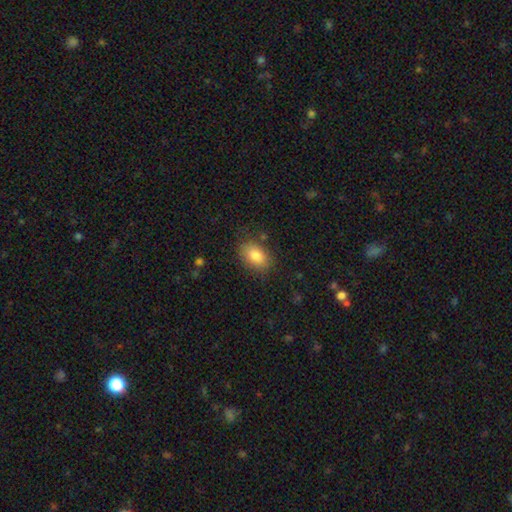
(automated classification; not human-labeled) Smooth or featured: smooth — 83% (featured or disk — 9%)
How rounded: in between — 86% (round — 13%)
Merging: none — 80% (minor disturbance — 14%)